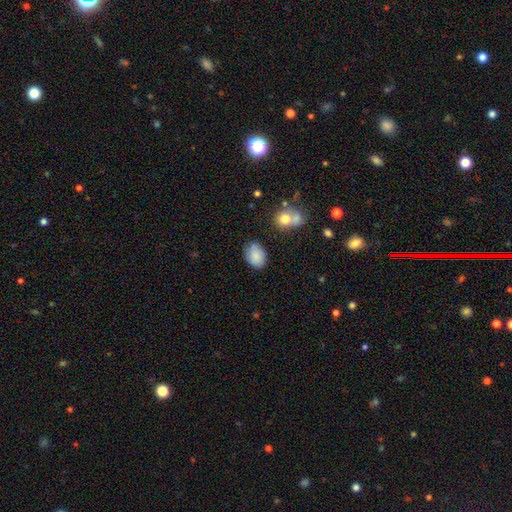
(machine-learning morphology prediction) smooth 85%, star or artifact 8%, featured or disk 7%. Down the decision tree: how rounded — in between (80%); merging — none (70%).